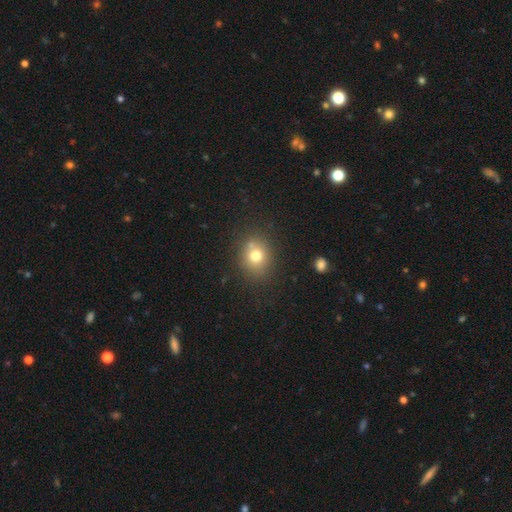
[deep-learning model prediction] Morphology: type=smooth (74%); roundness=round (68%); merging=none (72%).